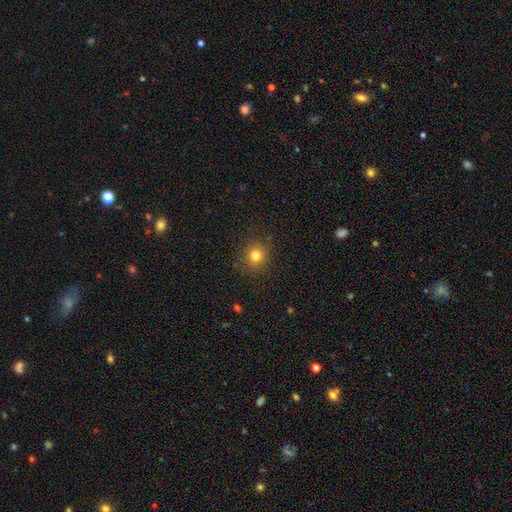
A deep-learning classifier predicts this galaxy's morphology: Smooth or featured?
  - smooth: 79% *
  - star or artifact: 14%
  - featured or disk: 7%
How rounded?
  - round: 88% *
  - in between: 11%
  - cigar-shaped: 1%
Merging?
  - none: 89% *
  - minor disturbance: 7%
  - major disturbance: 3%
  - merger: 1%